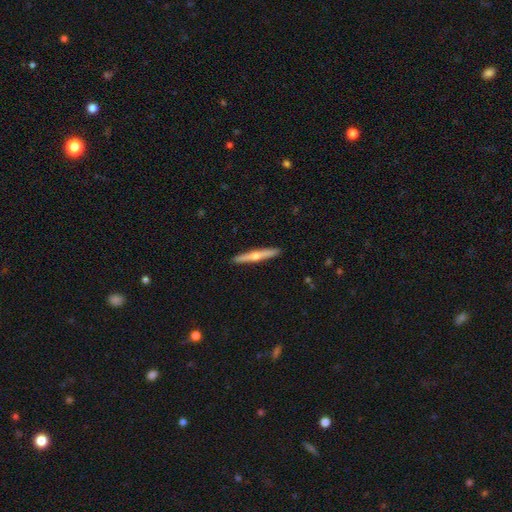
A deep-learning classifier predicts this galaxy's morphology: Smooth or featured: featured or disk — 65% (smooth — 29%)
Edge-on disk: yes — 97% (no — 3%)
Edge-on bulge: rounded — 87% (none — 11%)
Merging: none — 92% (minor disturbance — 6%)